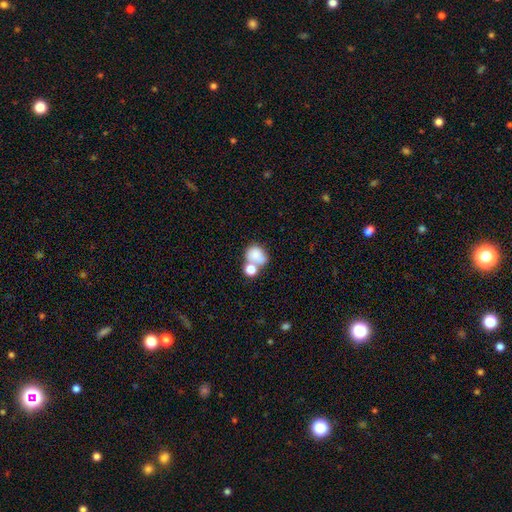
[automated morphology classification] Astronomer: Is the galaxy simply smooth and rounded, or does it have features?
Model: smooth — 77%.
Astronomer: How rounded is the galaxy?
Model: round — 50% (runner-up: in between, 48%).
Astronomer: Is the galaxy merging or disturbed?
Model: merger — 49% (runner-up: none, 32%).